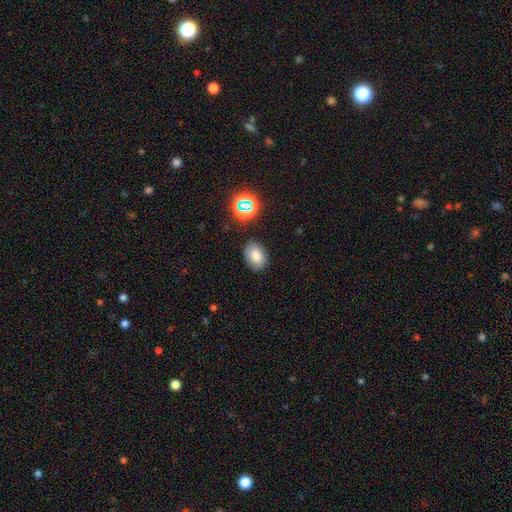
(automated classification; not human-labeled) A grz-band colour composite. It shows a smooth galaxy with no disk features (75%) that is in between round and cigar-shaped (75%). Merging: none (83%).